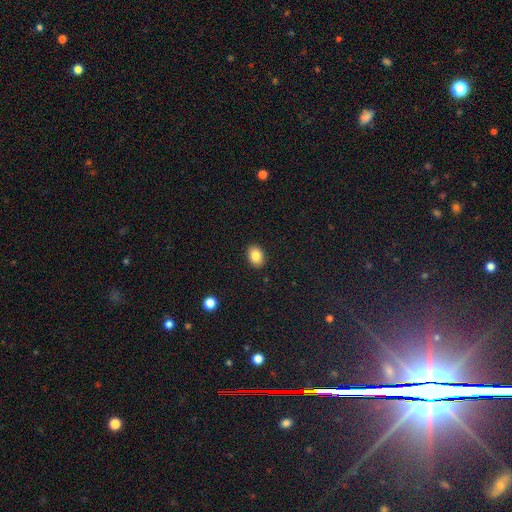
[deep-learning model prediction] Smooth or featured?
  - smooth: 85% *
  - star or artifact: 8%
  - featured or disk: 7%
How rounded?
  - in between: 76% *
  - round: 23%
  - cigar-shaped: 1%
Merging?
  - none: 90% *
  - minor disturbance: 7%
  - major disturbance: 2%
  - merger: 1%